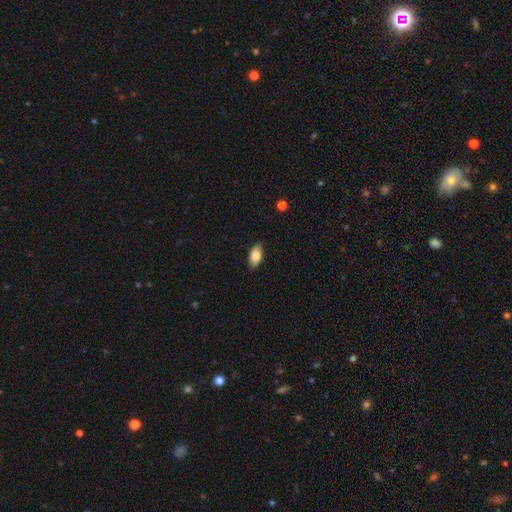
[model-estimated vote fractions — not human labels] Smooth or featured? Predicted: smooth (p=0.82). How rounded? Predicted: in between (p=0.91). Merging? Predicted: none (p=0.85).